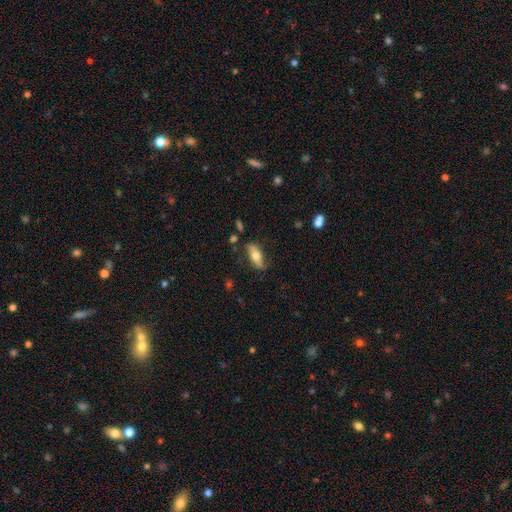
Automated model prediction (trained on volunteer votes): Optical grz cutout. It shows a smooth galaxy with no disk features (58%) that is in between round and cigar-shaped (68%). Merging: none (79%).